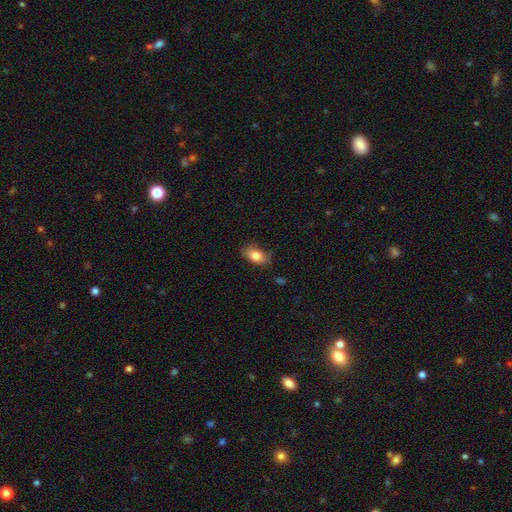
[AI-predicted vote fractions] The model was most divided on "merging": none: 73%, minor disturbance: 21%, major disturbance: 4%, merger: 2%. More confident: how rounded — in between (88%); smooth or featured — smooth (83%).